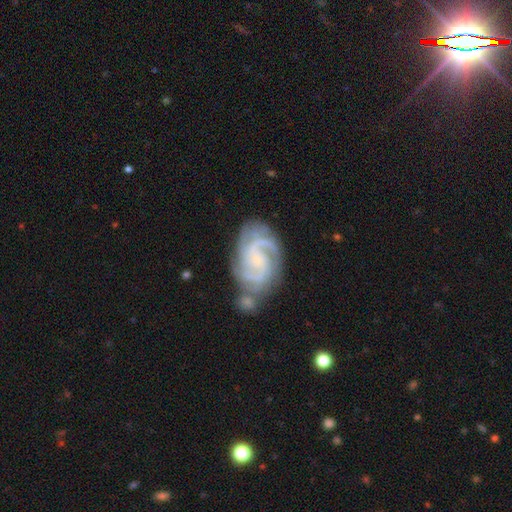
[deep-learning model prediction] featured or disk 86%, smooth 7%, star or artifact 7%. Down the decision tree: edge-on disk — no (97%); bar — no (50%); spiral arms — yes (98%); spiral arm count — 3 (35%, tied with 2); spiral winding — tight (56%); bulge size — small (64%); merging — none (62%).